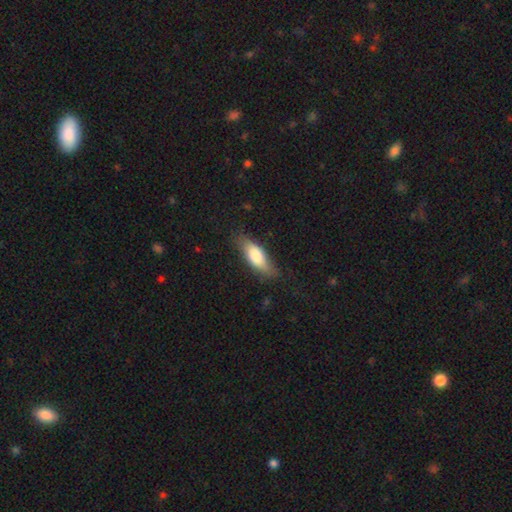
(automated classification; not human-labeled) Q: Smooth or featured?
A: smooth (76%); runner-up: featured or disk (19%)
Q: How rounded?
A: in between (65%); runner-up: cigar-shaped (33%)
Q: Merging?
A: none (77%); runner-up: minor disturbance (18%)